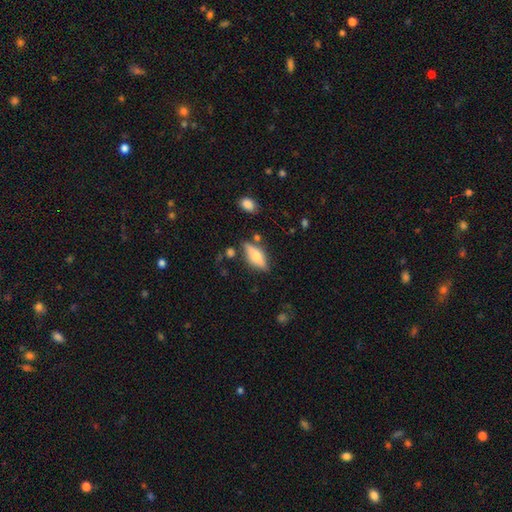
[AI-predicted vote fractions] Morphology: type=smooth (49%); merging=none (75%).